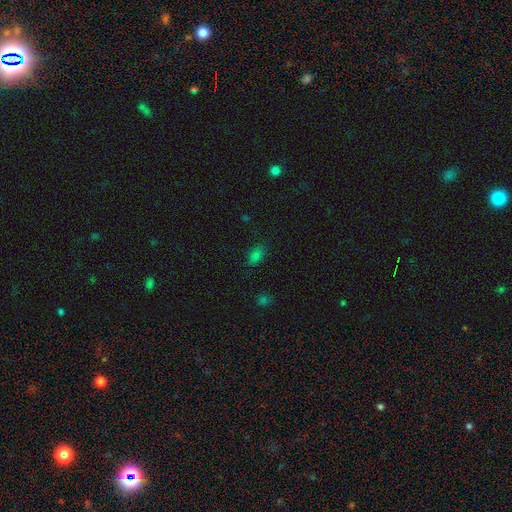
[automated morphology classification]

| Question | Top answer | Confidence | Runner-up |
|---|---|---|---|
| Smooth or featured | smooth | 78% | star or artifact (17%) |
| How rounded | in between | 87% | round (9%) |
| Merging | none | 81% | minor disturbance (14%) |